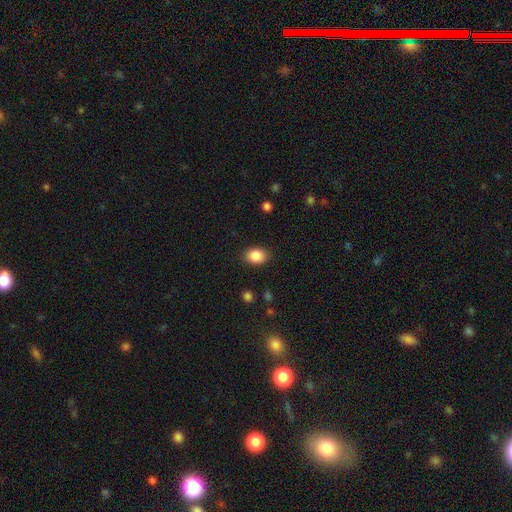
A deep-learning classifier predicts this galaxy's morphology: This is clearly a smooth galaxy (87%). How rounded: likely in between (70%). Merging: clearly none (87%).